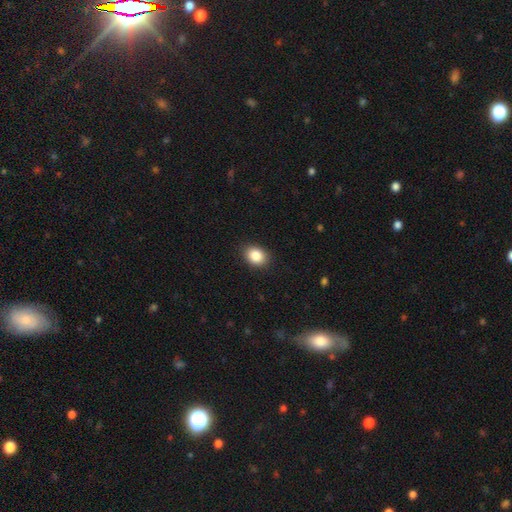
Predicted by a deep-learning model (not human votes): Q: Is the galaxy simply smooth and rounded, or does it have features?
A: smooth — 87%.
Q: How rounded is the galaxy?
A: in between — 58%.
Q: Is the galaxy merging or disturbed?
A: none — 88%.